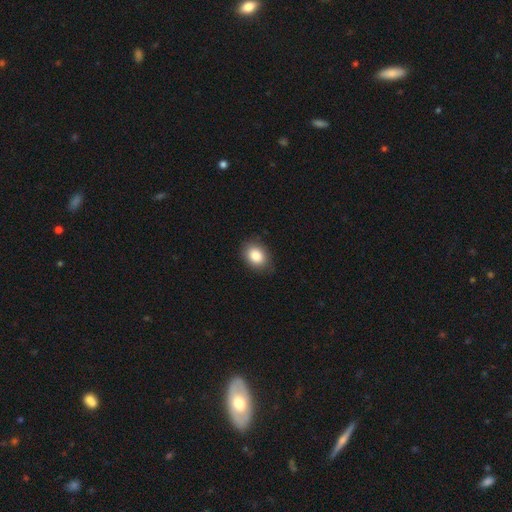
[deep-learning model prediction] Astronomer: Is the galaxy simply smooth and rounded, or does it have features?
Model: smooth — 86%.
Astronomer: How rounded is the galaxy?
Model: in between — 68%.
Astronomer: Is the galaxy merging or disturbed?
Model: none — 85%.